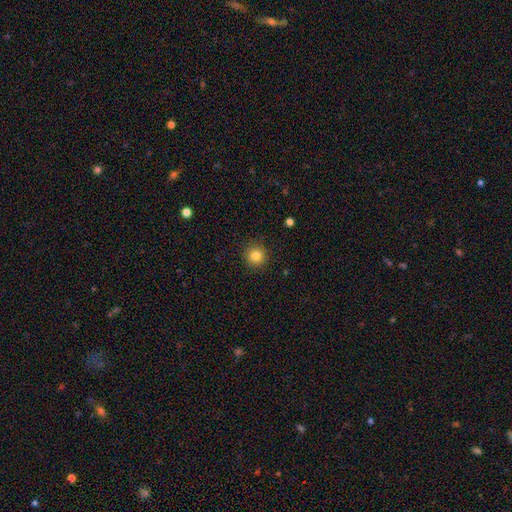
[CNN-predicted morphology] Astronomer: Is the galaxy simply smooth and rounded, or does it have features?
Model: smooth — 83%.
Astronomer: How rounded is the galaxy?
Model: round — 94%.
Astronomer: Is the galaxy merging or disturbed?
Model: none — 90%.